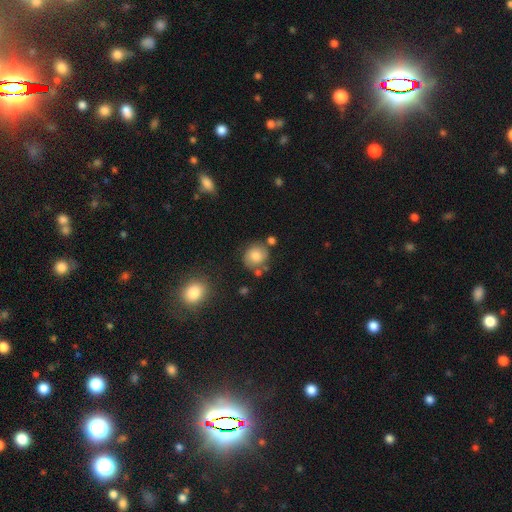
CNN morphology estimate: Overall: smooth (71%). How rounded: round (80%). Merging: none (68%).